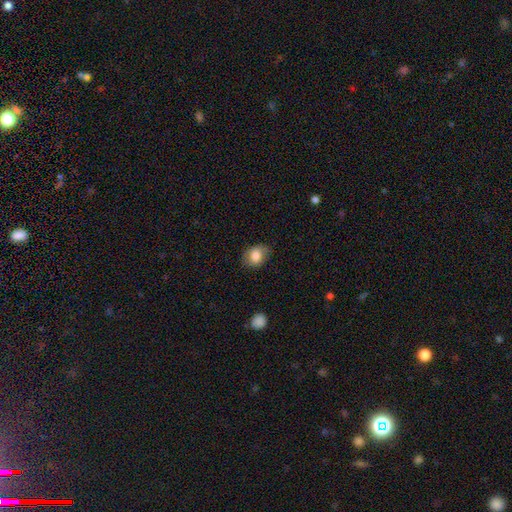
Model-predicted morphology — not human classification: Smooth or featured? smooth (81%)
How rounded? in between (66%)
Merging? none (74%)